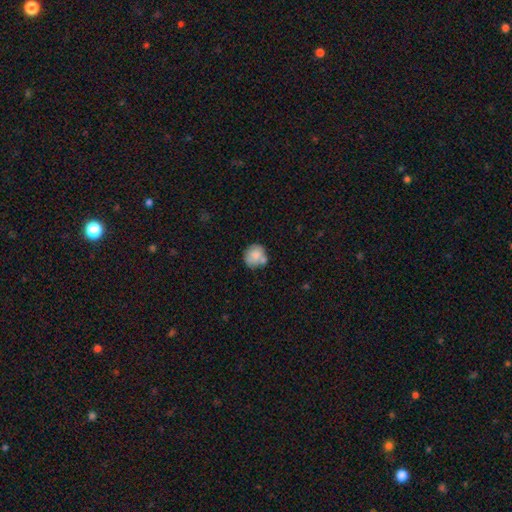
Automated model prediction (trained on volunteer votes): Smooth or featured? smooth (76%)
How rounded? round (82%)
Merging? none (56%)